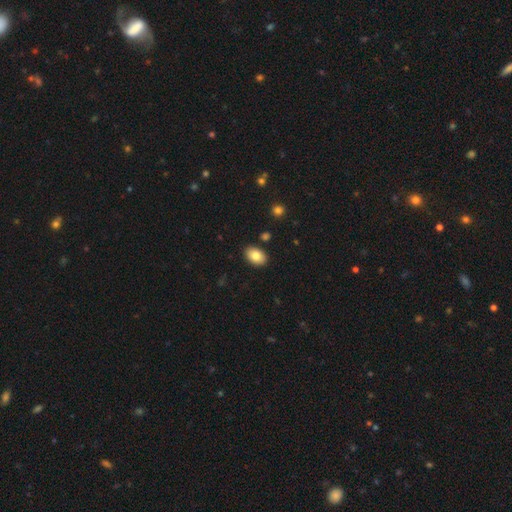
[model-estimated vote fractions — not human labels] This appears to be a smooth galaxy with no disk features (82%) that is in between round and cigar-shaped (88%). Merging: none (88%).